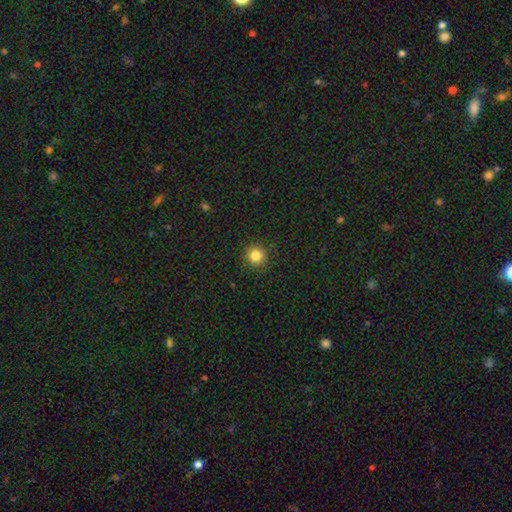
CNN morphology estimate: smooth-or-featured: smooth: 84% | star or artifact: 12% | featured or disk: 5%
  how-rounded: round: 92% | in between: 7% | cigar-shaped: 1%
  merging: none: 91% | minor disturbance: 6% | major disturbance: 2% | merger: 1%